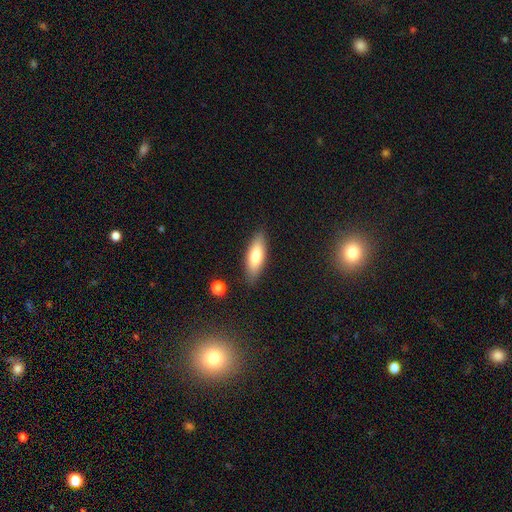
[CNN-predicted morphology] type=smooth (76%); roundness=in between (64%); merging=none (85%).